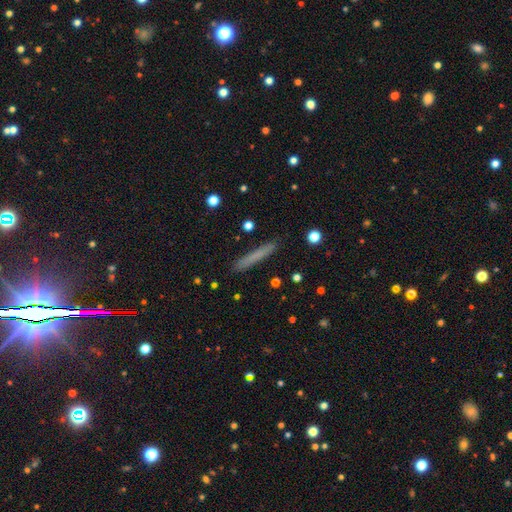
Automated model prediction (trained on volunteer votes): Smooth or featured? Predicted: smooth (p=0.72). How rounded? Predicted: cigar-shaped (p=0.96). Merging? Predicted: none (p=0.89).